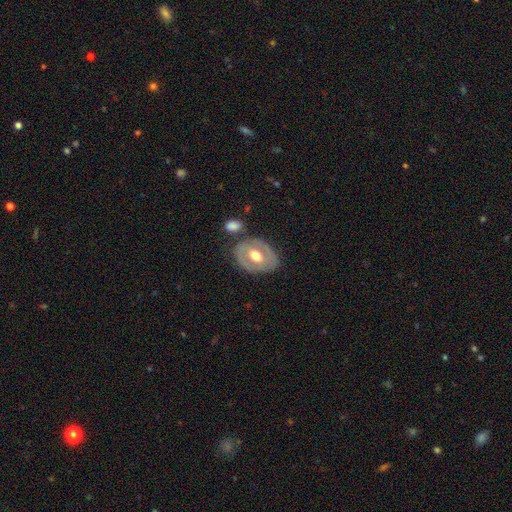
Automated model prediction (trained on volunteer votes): The model was most divided on "smooth or featured": featured or disk: 59%, smooth: 36%, star or artifact: 6%. More confident: edge-on disk — no (93%); bulge size — moderate (72%); merging — none (69%); spiral arms — no (69%); bar — no (57%).